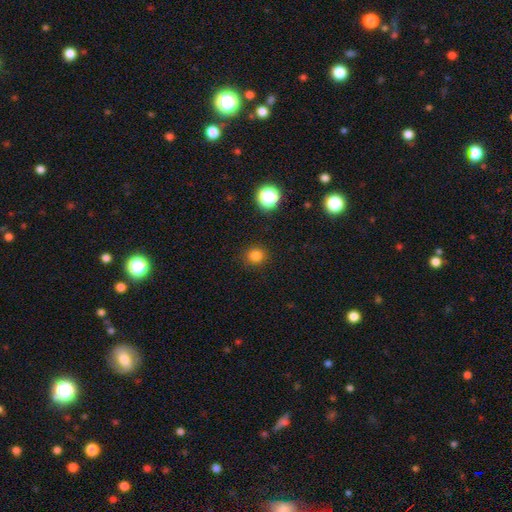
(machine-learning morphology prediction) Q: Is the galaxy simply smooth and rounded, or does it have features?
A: smooth — 81%.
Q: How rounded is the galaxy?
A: round — 90%.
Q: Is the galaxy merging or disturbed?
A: none — 90%.